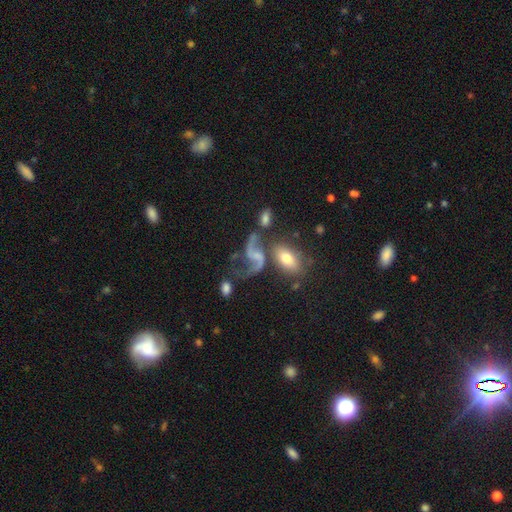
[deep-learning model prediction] smooth-or-featured: featured or disk: 80% | smooth: 12% | star or artifact: 8%
  disk-edge-on: no: 97% | yes: 3%
    bar: no: 50% | weak: 38% | strong: 12%
    has-spiral-arms: yes: 92% | no: 8%
      spiral-winding: loose: 83% | medium: 14% | tight: 3%
      spiral-arm-count: 2: 89% | 1: 6% | can't tell: 2% | 3: 1% | 4: 1% | more than 4: 1%
    bulge-size: none: 42% | small: 36% | moderate: 16% | large: 4% | dominant: 2%
  merging: none: 42% | merger: 22% | major disturbance: 19% | minor disturbance: 18%